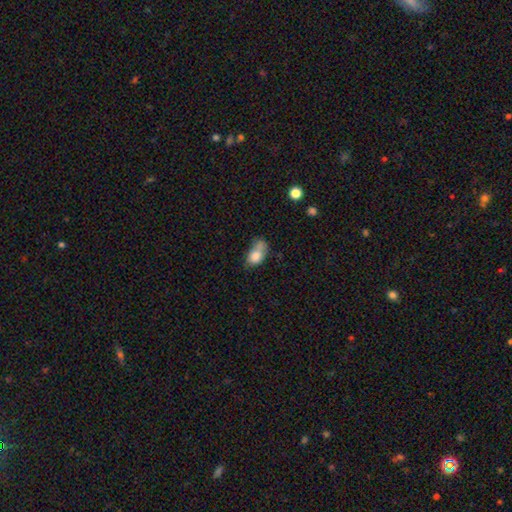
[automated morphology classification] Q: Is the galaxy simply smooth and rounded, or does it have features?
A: smooth — 77%.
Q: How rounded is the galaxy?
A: in between — 83%.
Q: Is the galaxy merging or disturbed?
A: merger — 30%, tied with none.